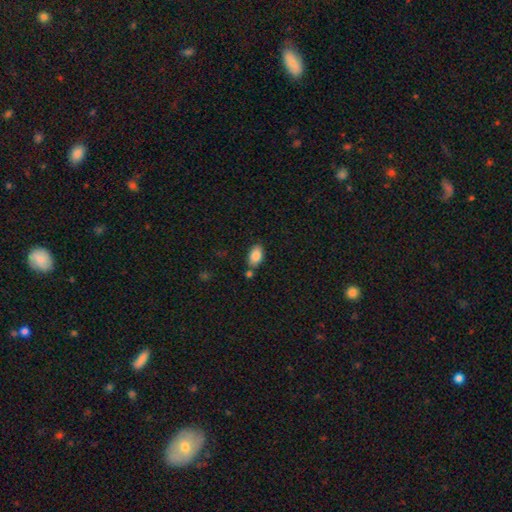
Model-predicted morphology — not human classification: This is clearly a smooth galaxy (87%). How rounded: clearly in between (92%). Merging: likely none (68%).